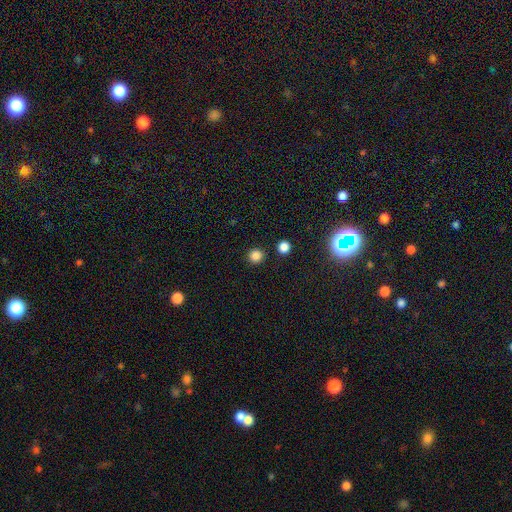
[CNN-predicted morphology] smooth 84%, star or artifact 13%, featured or disk 3%. Down the decision tree: how rounded — round (93%); merging — none (89%).